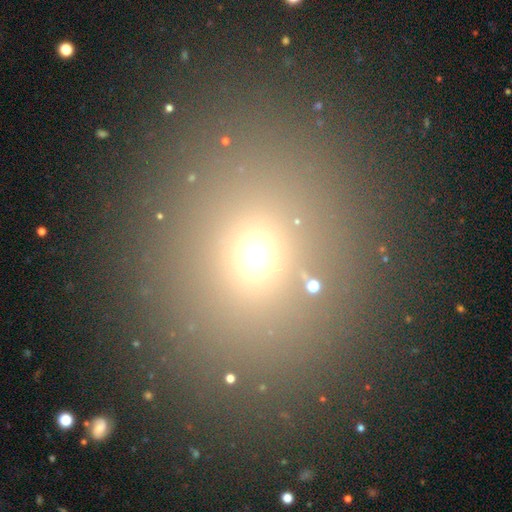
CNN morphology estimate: smooth-or-featured: smooth: 64% | star or artifact: 26% | featured or disk: 10%
  how-rounded: round: 56% | in between: 42% | cigar-shaped: 3%
  merging: none: 76% | minor disturbance: 11% | merger: 7% | major disturbance: 6%